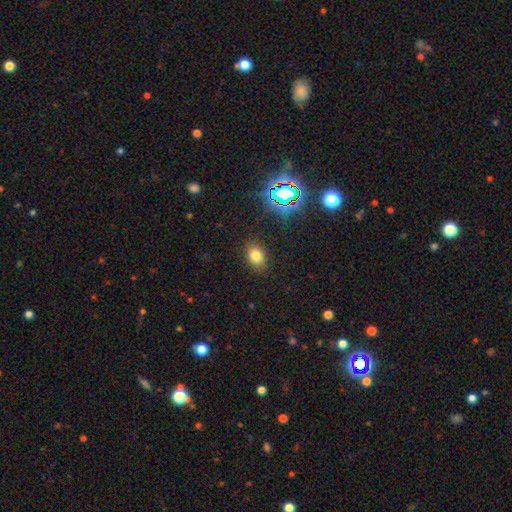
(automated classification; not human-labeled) Smooth or featured? Predicted: smooth (p=0.75). How rounded? Predicted: in between (p=0.69). Merging? Predicted: none (p=0.86).